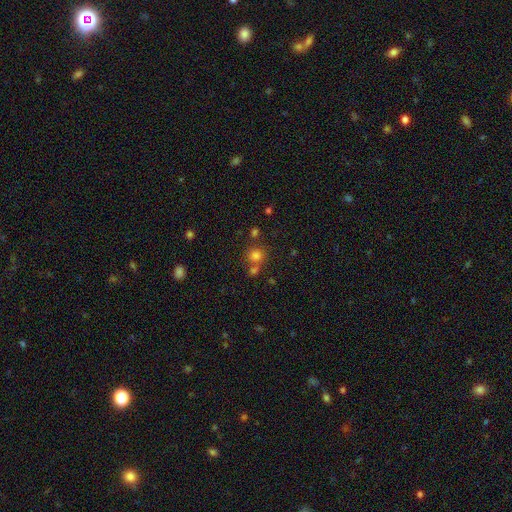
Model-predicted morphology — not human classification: Smooth or featured: smooth — 76% (star or artifact — 16%)
How rounded: round — 88% (in between — 11%)
Merging: none — 63% (merger — 25%)